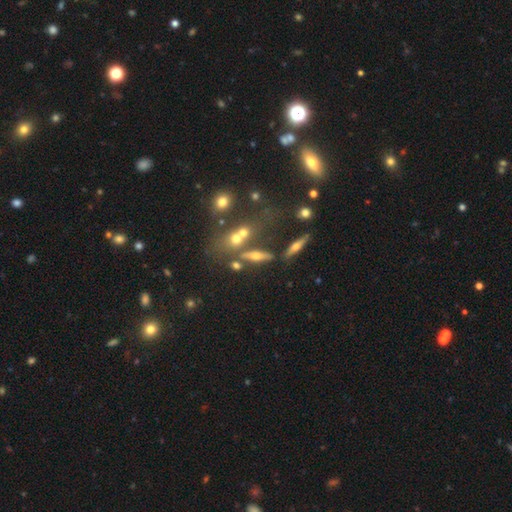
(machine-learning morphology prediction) Q: Smooth or featured?
A: featured or disk (44%); runner-up: smooth (41%)
Q: Merging?
A: none (53%); runner-up: merger (27%)